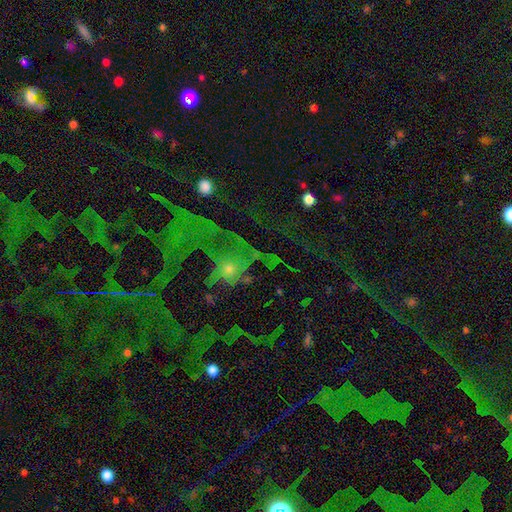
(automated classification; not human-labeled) A star or artifact, not a galaxy (41%, tied with featured or disk).